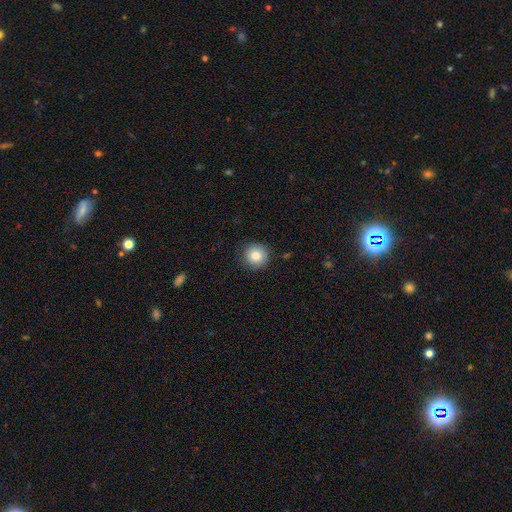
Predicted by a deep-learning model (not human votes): Morphology: type=smooth (82%); roundness=round (95%); merging=none (89%).